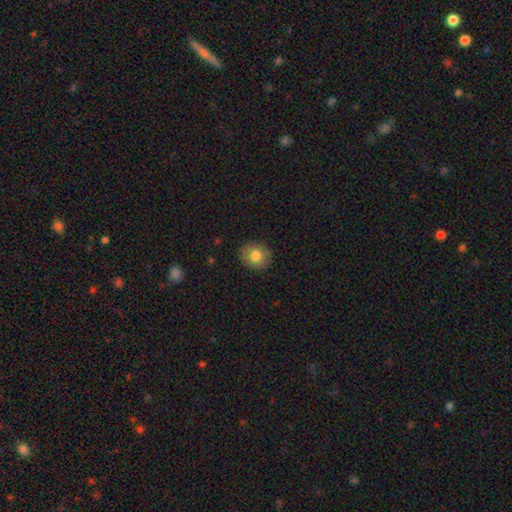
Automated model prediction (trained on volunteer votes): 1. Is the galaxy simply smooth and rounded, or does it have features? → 78% smooth, 13% featured or disk, 8% star or artifact.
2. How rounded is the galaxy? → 79% round, 20% in between, 1% cigar-shaped.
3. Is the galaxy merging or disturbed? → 88% none, 8% minor disturbance, 2% major disturbance, 1% merger.